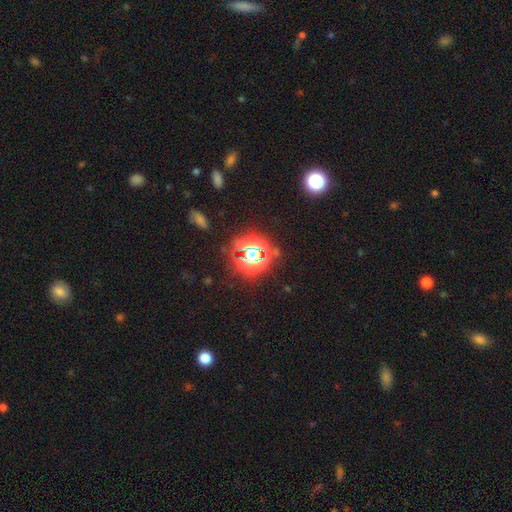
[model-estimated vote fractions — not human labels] A star or artifact, not a galaxy (79%).

Vote fractions:
- Smooth or featured? star or artifact: 79% / smooth: 15% / featured or disk: 6%